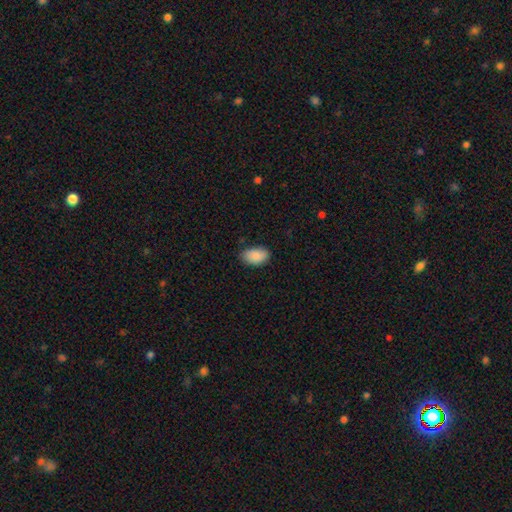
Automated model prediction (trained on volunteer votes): A smooth galaxy with no disk features (89%) that is in between round and cigar-shaped (92%).

Vote fractions:
- Smooth or featured? smooth: 89% / star or artifact: 7% / featured or disk: 4%
- How rounded? in between: 92% / round: 6% / cigar-shaped: 1%
- Merging? none: 82% / minor disturbance: 14% / major disturbance: 3% / merger: 1%